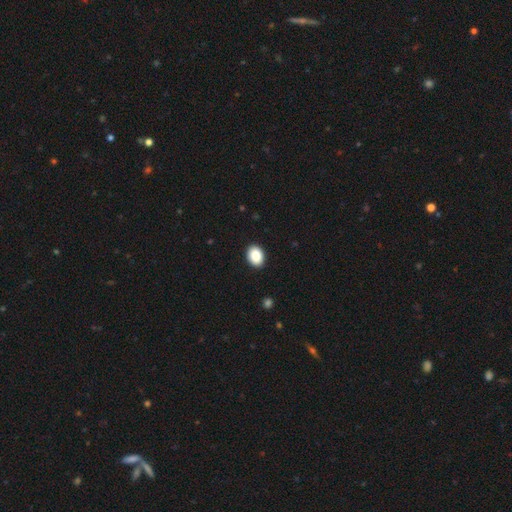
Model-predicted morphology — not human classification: Smooth or featured? Predicted: smooth (p=0.89). How rounded? Predicted: in between (p=0.72). Merging? Predicted: none (p=0.91).